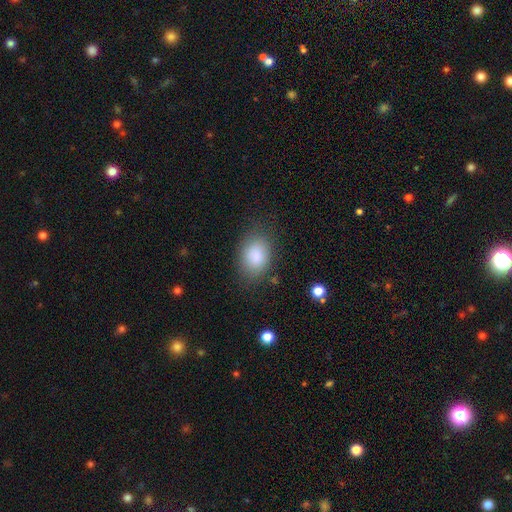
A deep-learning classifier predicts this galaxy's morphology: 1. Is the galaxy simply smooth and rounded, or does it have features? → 85% smooth, 8% star or artifact, 7% featured or disk.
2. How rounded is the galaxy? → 76% in between, 22% round, 1% cigar-shaped.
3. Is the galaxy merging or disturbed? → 75% none, 16% minor disturbance, 6% major disturbance, 2% merger.